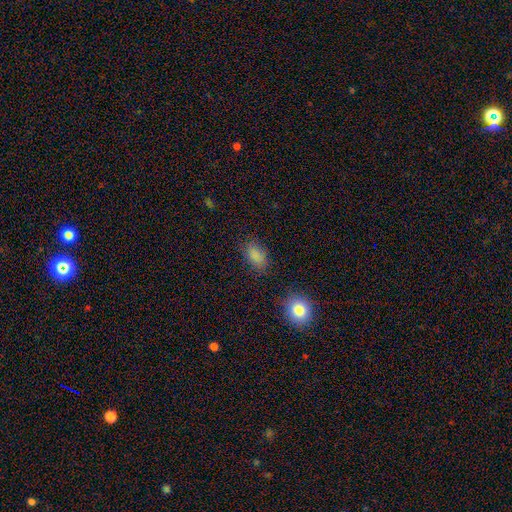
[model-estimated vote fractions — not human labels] Smooth or featured? smooth (83%)
How rounded? in between (89%)
Merging? none (77%)